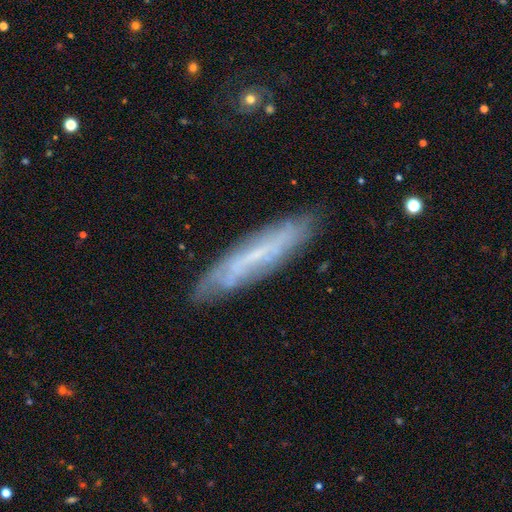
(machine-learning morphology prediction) Smooth or featured?
  - featured or disk: 56% *
  - smooth: 35%
  - star or artifact: 8%
Edge-on disk?
  - yes: 55% *
  - no: 45%
Merging?
  - none: 80% *
  - minor disturbance: 14%
  - major disturbance: 4%
  - merger: 2%